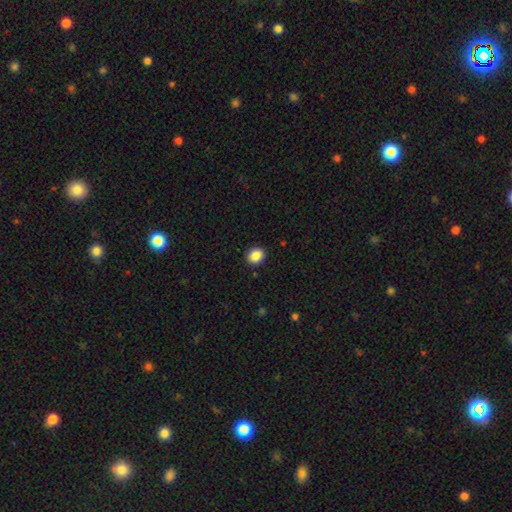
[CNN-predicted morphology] This is clearly a smooth galaxy (87%). How rounded: likely round (68%). Merging: clearly none (91%).